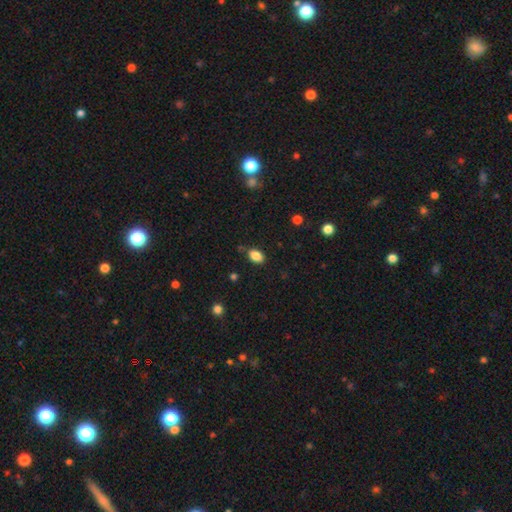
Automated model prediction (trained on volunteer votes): smooth 86%, star or artifact 9%, featured or disk 5%. Down the decision tree: how rounded — in between (88%); merging — none (80%).